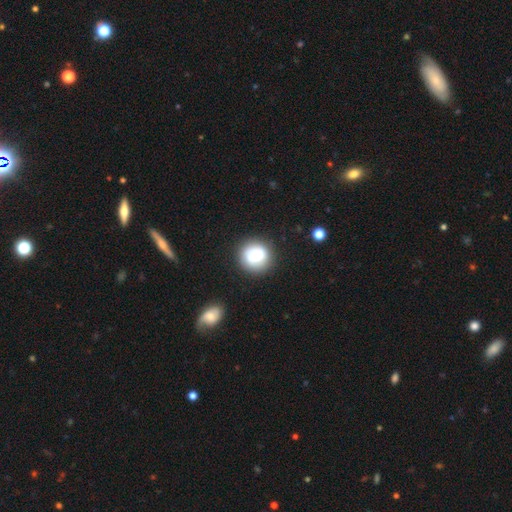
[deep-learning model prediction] This appears to be a smooth galaxy with no disk features (70%) that is round (91%). Merging: none (86%).